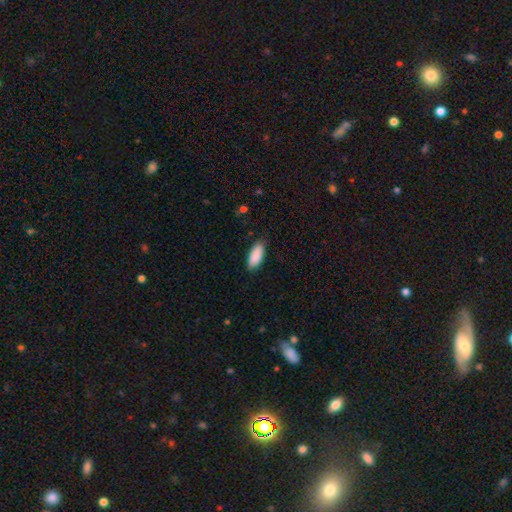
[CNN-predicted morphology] Smooth or featured: smooth — 90% (star or artifact — 6%)
How rounded: in between — 84% (cigar-shaped — 14%)
Merging: none — 84% (minor disturbance — 13%)